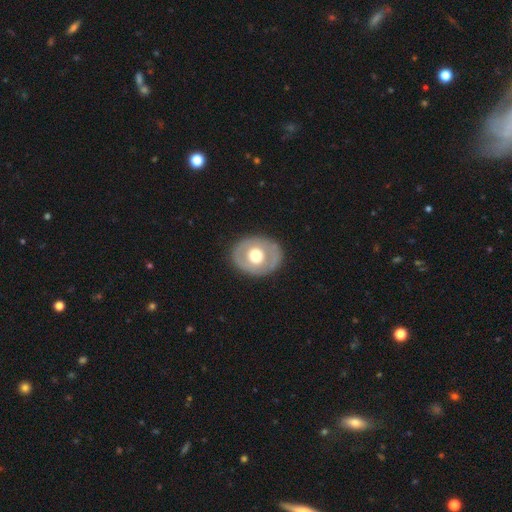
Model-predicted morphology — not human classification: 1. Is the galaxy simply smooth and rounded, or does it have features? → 48% smooth, 46% featured or disk, 6% star or artifact.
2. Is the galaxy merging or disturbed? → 84% none, 11% minor disturbance, 4% major disturbance, 1% merger.